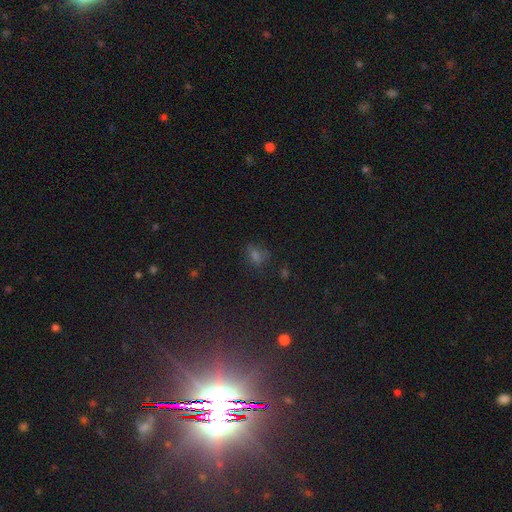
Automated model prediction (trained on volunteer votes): Smooth or featured? star or artifact (44%)